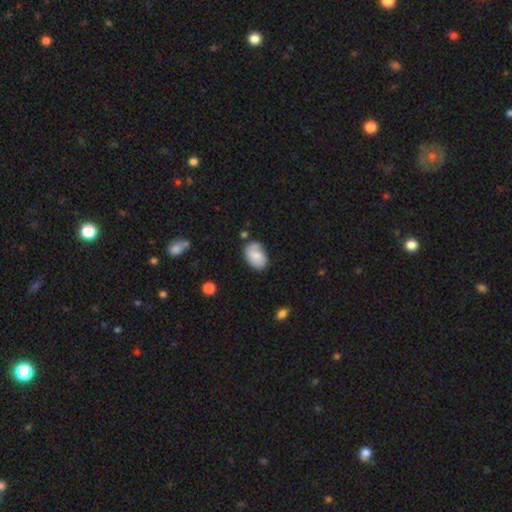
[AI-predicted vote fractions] Morphology: type=smooth (62%); roundness=in between (86%); merging=none (62%).